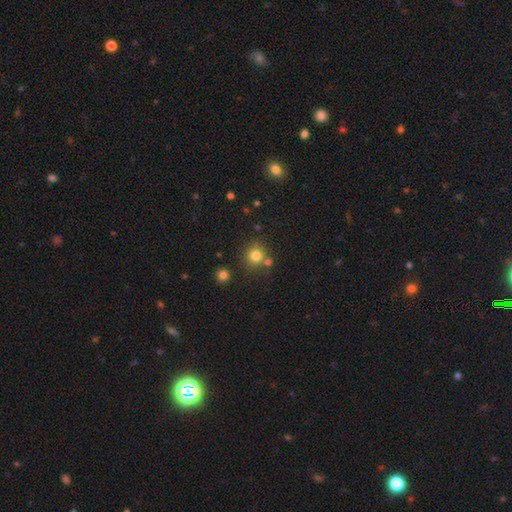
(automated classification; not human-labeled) smooth_or_featured: smooth (p=0.79) [alt: star or artifact p=0.14]
how_rounded: round (p=0.90) [alt: in between p=0.09]
merging: none (p=0.75) [alt: merger p=0.12]